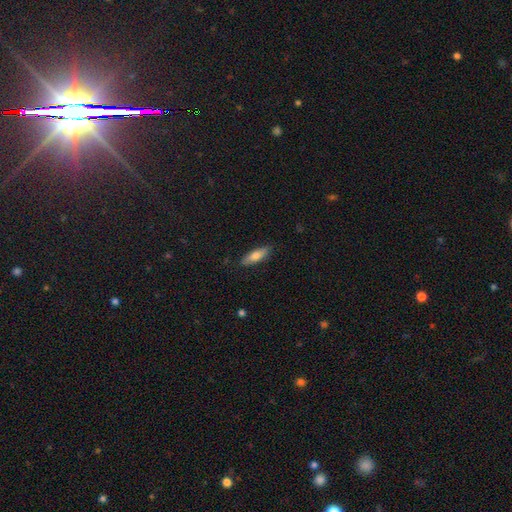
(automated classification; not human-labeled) A smooth galaxy with no disk features (72%) that is cigar-shaped (50%). Merging: none (86%).